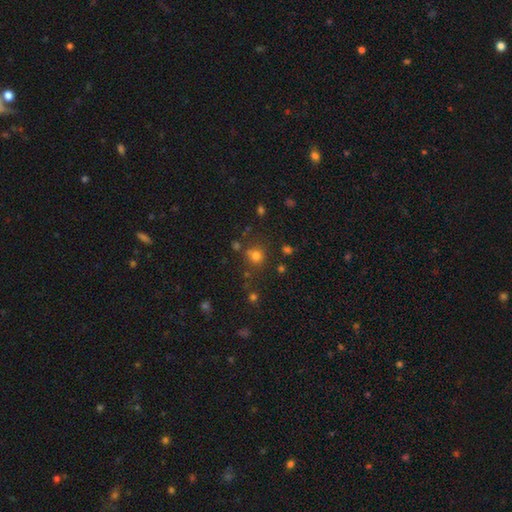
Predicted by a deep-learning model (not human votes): smooth_or_featured: smooth (p=0.74) [alt: star or artifact p=0.20]
how_rounded: round (p=0.85) [alt: in between p=0.14]
merging: none (p=0.71) [alt: minor disturbance p=0.13]